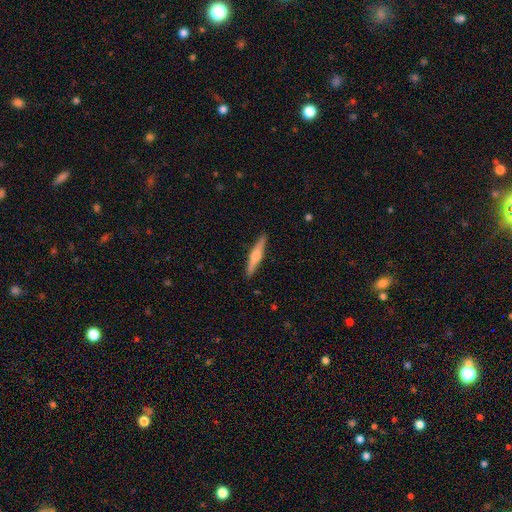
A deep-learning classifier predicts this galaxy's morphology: A featured or disk galaxy (57%) viewed edge-on (97%) with a rounded central bulge (85%). Merging: none (91%).